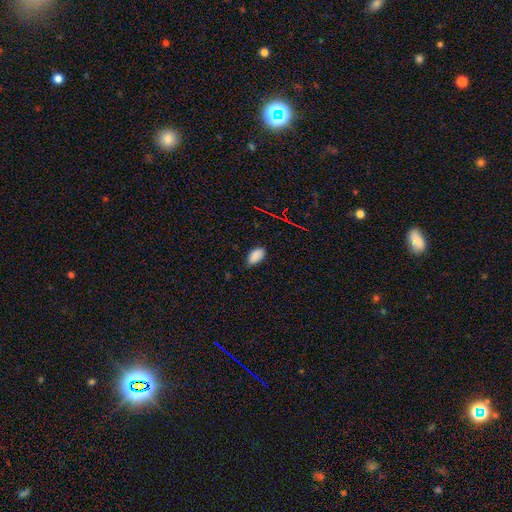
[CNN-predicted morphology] smooth 86%, star or artifact 10%, featured or disk 4%. Down the decision tree: how rounded — in between (94%); merging — none (76%).